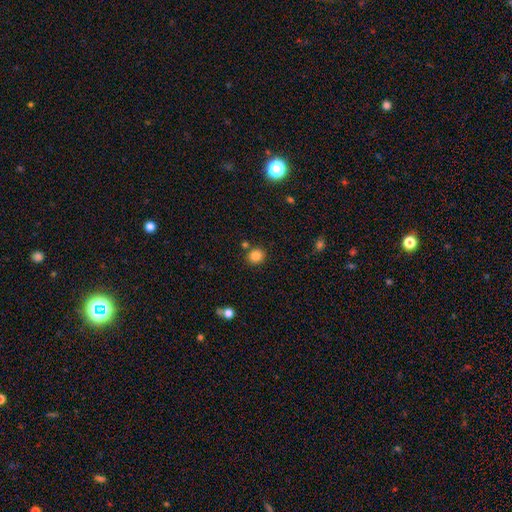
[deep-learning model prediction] Morphology: type=smooth (85%); roundness=round (82%); merging=none (80%).